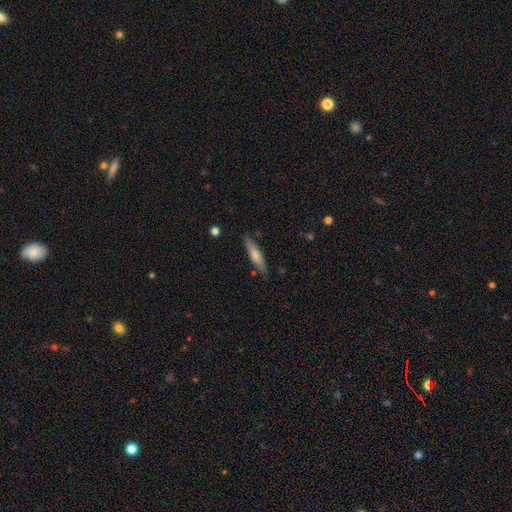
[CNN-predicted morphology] Overall: smooth (67%; featured or disk 28%). How rounded: cigar-shaped (84%). Merging: none (84%).